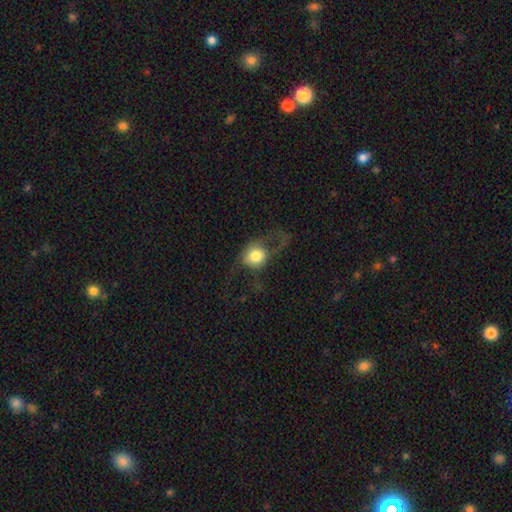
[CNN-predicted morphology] A smooth galaxy with no disk features (63%) that is round (73%). Merging: major disturbance (44%).